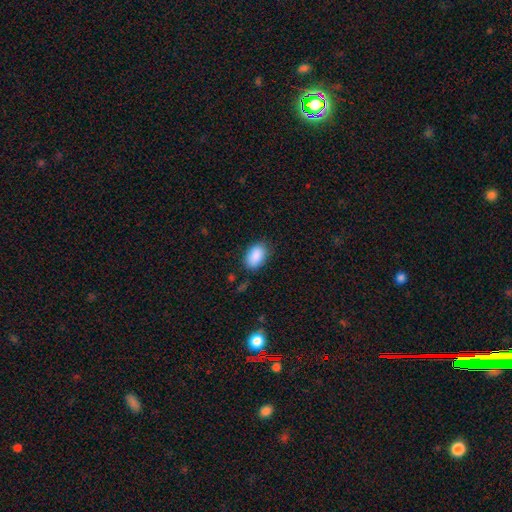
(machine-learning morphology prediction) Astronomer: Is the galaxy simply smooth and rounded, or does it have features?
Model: smooth — 90%.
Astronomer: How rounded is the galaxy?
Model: in between — 90%.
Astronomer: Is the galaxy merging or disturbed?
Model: none — 81%.